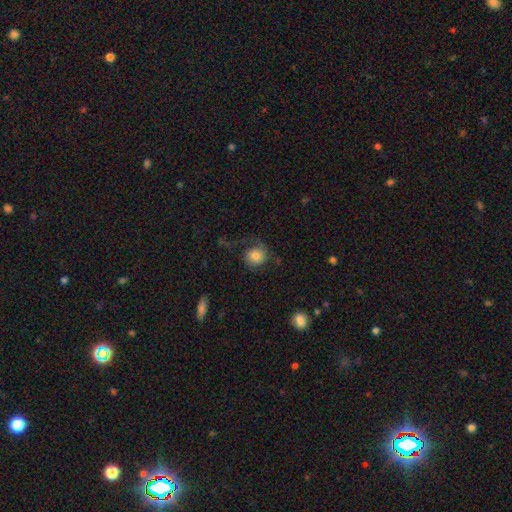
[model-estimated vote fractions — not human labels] The model was most divided on "merging": none: 57%, major disturbance: 21%, minor disturbance: 21%, merger: 2%. More confident: how rounded — round (85%); smooth or featured — smooth (69%).